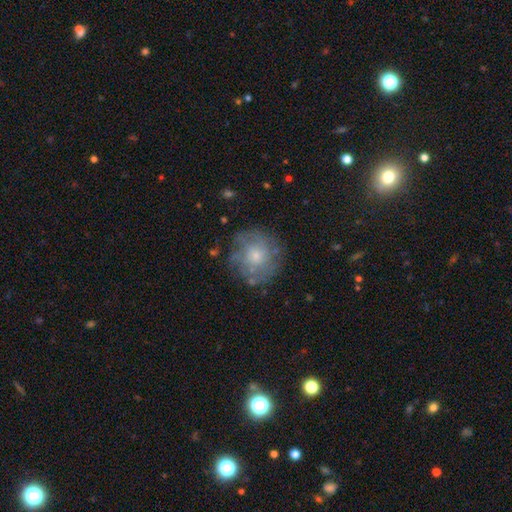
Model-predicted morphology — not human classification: Overall: featured or disk (48%; smooth 39%). Merging: none (74%).